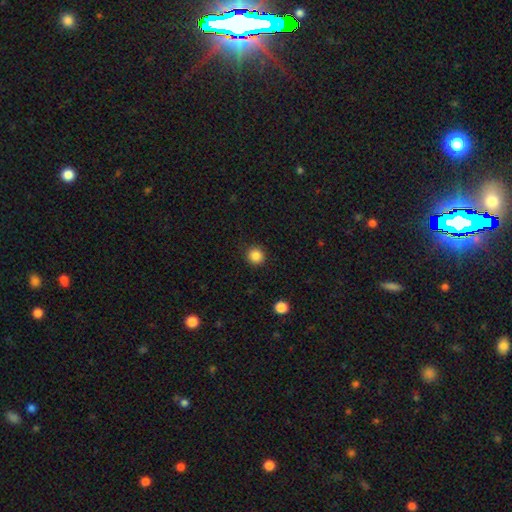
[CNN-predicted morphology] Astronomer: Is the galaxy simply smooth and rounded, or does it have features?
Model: smooth — 86%.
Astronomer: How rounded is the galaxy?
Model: round — 94%.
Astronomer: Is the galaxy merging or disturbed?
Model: none — 92%.